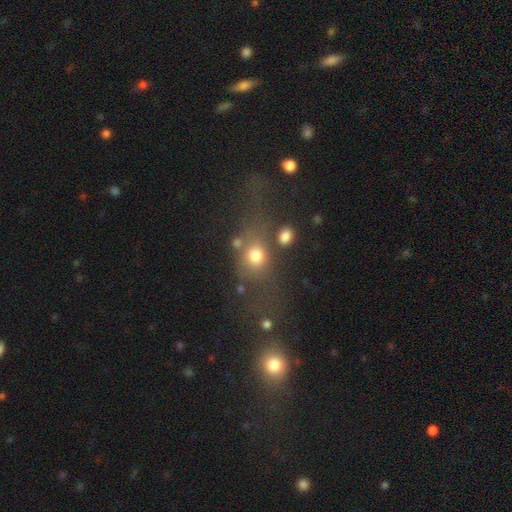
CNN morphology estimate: Smooth or featured? Predicted: smooth (p=0.69). How rounded? Predicted: round (p=0.55). Merging? Predicted: none (p=0.46).